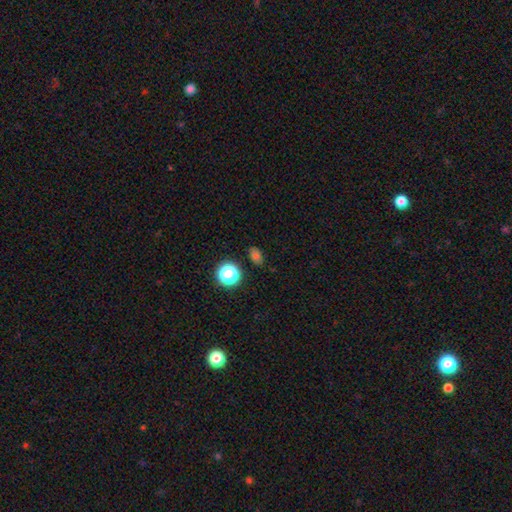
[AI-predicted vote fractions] Overall: smooth (67%). How rounded: in between (62%; round 36%). Merging: none (82%).